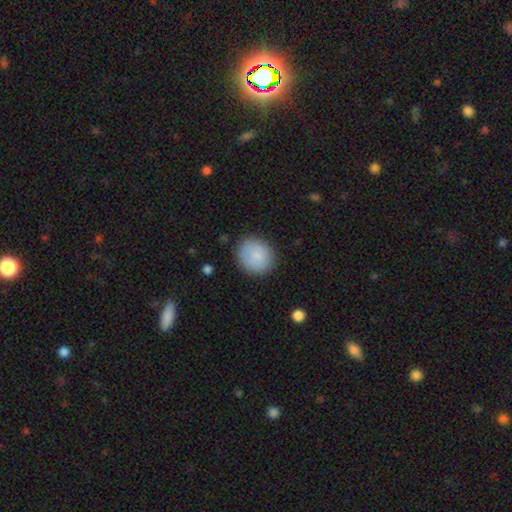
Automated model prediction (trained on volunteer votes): Q: Smooth or featured?
A: smooth (82%); runner-up: featured or disk (11%)
Q: How rounded?
A: round (77%); runner-up: in between (22%)
Q: Merging?
A: none (84%); runner-up: minor disturbance (11%)